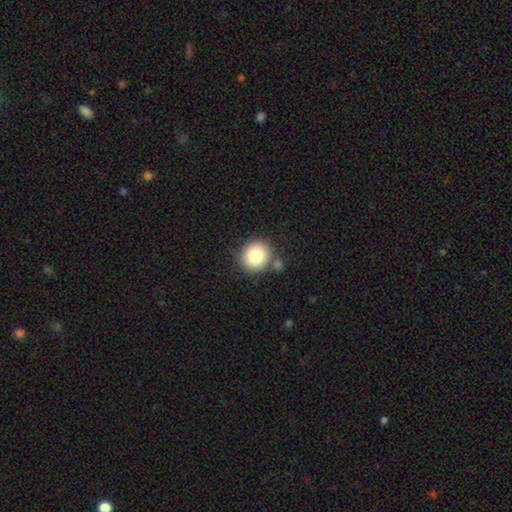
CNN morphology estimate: smooth_or_featured: smooth (p=0.80) [alt: featured or disk p=0.10]
how_rounded: round (p=0.90) [alt: in between p=0.09]
merging: none (p=0.80) [alt: minor disturbance p=0.09]